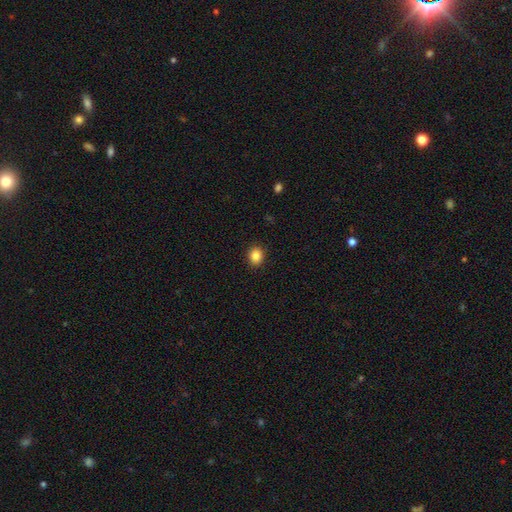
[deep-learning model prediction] smooth-or-featured: smooth: 85% | star or artifact: 10% | featured or disk: 4%
  how-rounded: round: 75% | in between: 24% | cigar-shaped: 1%
  merging: none: 91% | minor disturbance: 6% | major disturbance: 2% | merger: 1%